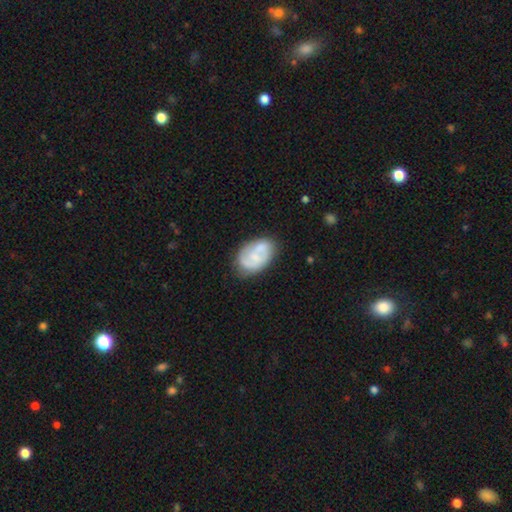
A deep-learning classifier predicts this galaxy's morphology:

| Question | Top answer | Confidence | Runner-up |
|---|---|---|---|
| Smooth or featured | featured or disk | 54% | smooth (39%) |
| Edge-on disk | no | 97% | yes (3%) |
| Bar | no | 64% | weak (29%) |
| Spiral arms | yes | 70% | no (30%) |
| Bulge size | small | 45% | none (27%) |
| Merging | none | 61% | minor disturbance (24%) |